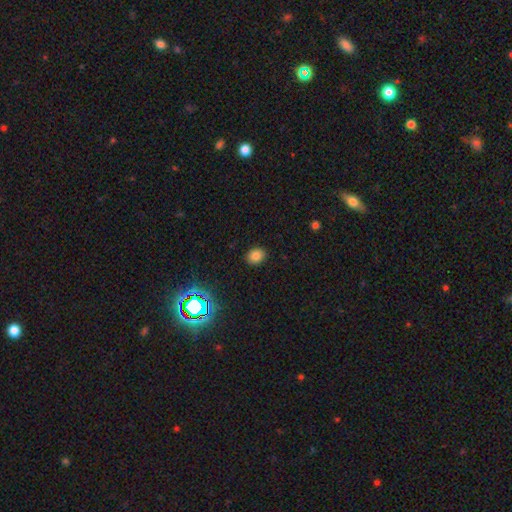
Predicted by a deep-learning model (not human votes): This is likely a smooth galaxy (78%). How rounded: possibly in between (52%). Merging: clearly none (89%).